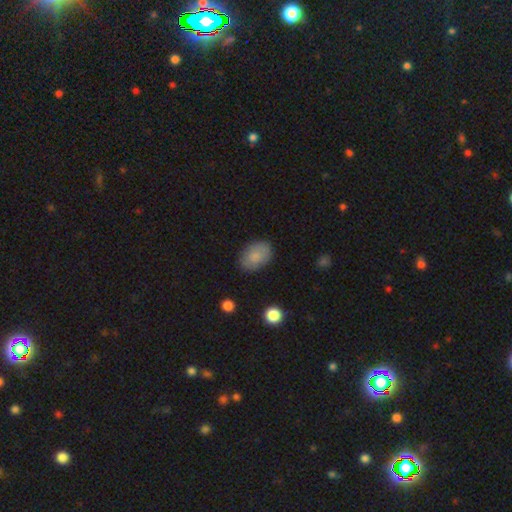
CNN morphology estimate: smooth_or_featured: smooth (p=0.82) [alt: featured or disk p=0.12]
how_rounded: in between (p=0.87) [alt: round p=0.12]
merging: none (p=0.82) [alt: minor disturbance p=0.13]